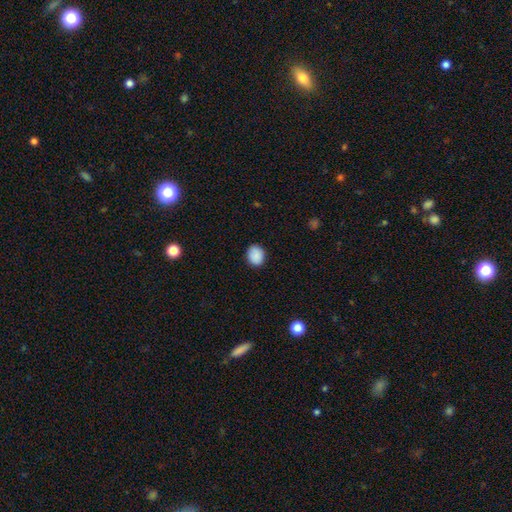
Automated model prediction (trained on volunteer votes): Q: Smooth or featured?
A: smooth (89%); runner-up: star or artifact (8%)
Q: How rounded?
A: round (53%); runner-up: in between (46%)
Q: Merging?
A: none (87%); runner-up: minor disturbance (9%)